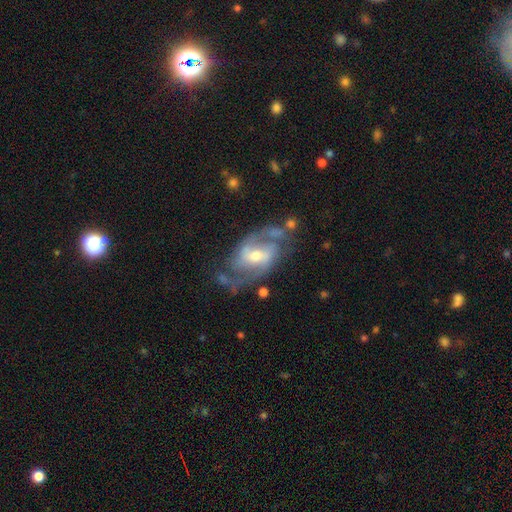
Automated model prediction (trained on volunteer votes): featured or disk 87%, smooth 7%, star or artifact 5%. Down the decision tree: edge-on disk — no (96%); bar — weak (47%); spiral arms — yes (95%); spiral arm count — 2 (82%); spiral winding — medium (53%); bulge size — moderate (54%); merging — none (63%).